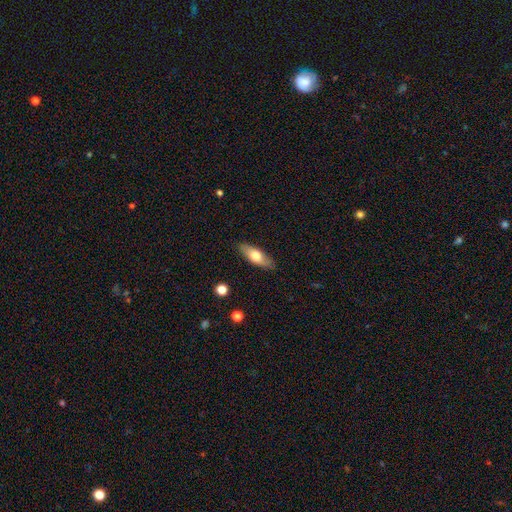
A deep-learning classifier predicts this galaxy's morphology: smooth_or_featured: smooth (p=0.66) [alt: featured or disk p=0.28]
how_rounded: in between (p=0.68) [alt: cigar-shaped p=0.29]
merging: none (p=0.86) [alt: minor disturbance p=0.10]